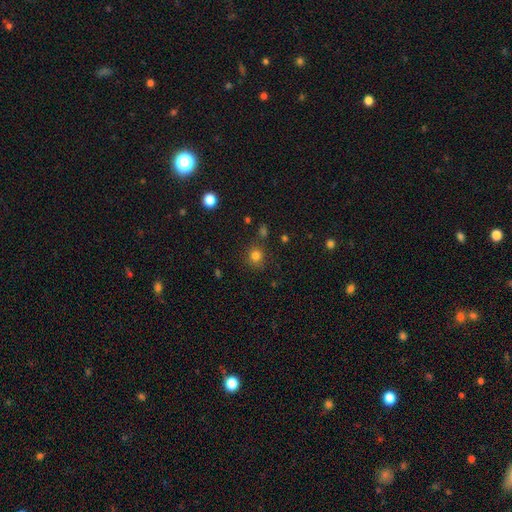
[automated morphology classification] smooth_or_featured: smooth (p=0.80) [alt: star or artifact p=0.15]
how_rounded: round (p=0.87) [alt: in between p=0.12]
merging: none (p=0.82) [alt: minor disturbance p=0.11]